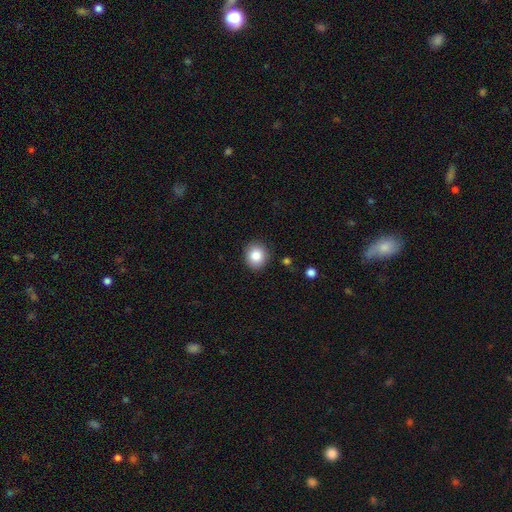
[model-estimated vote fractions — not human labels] A smooth galaxy with no disk features (84%) that is round (83%). Merging: none (89%).